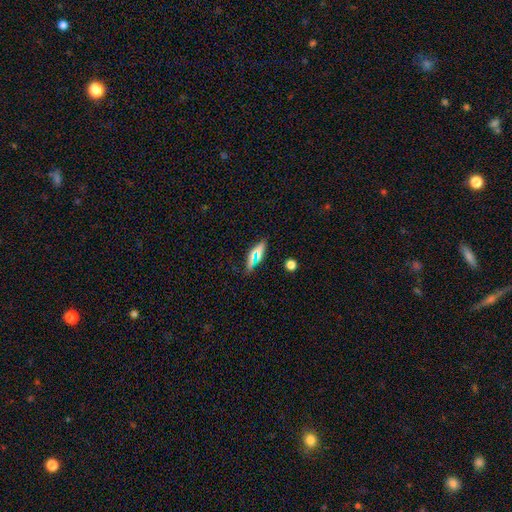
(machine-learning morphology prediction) type=smooth (67%); roundness=cigar-shaped (48%); merging=none (84%).